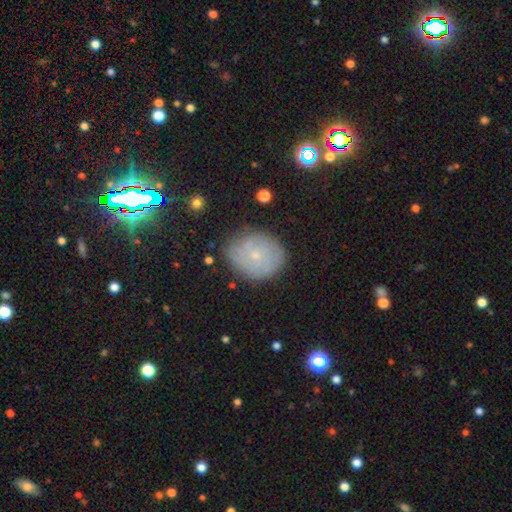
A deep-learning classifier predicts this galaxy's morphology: A smooth galaxy with no disk features (45%).

Vote fractions:
- Smooth or featured? smooth: 45% / featured or disk: 41% / star or artifact: 15%
- Merging? none: 77% / minor disturbance: 16% / major disturbance: 5% / merger: 2%